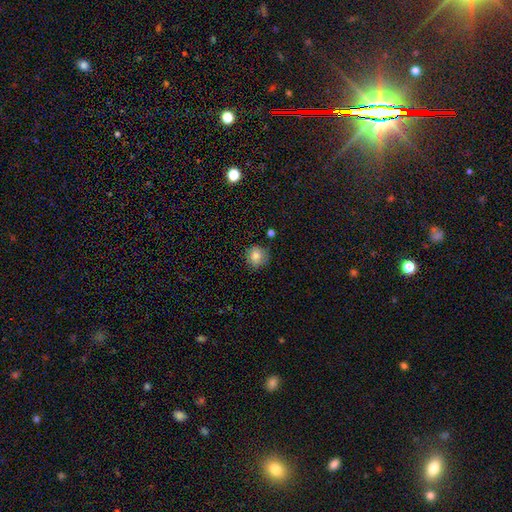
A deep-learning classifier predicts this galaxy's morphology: Smooth or featured? Predicted: smooth (p=0.81). How rounded? Predicted: round (p=0.91). Merging? Predicted: none (p=0.82).